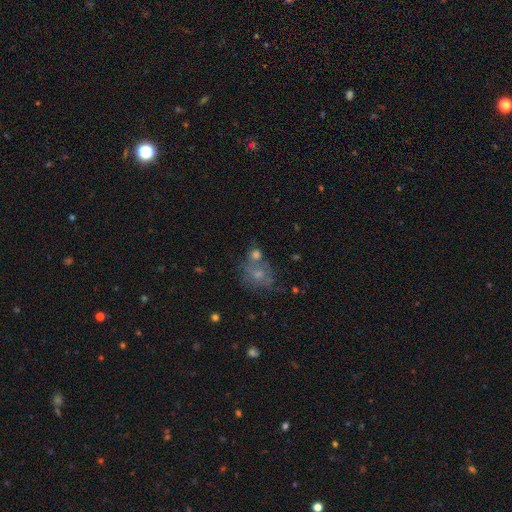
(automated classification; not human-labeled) Overall: smooth (50%; featured or disk 29%). Merging: none (48%; merger 24%).